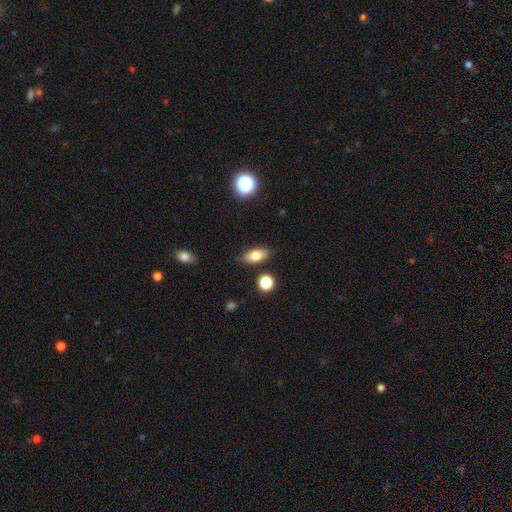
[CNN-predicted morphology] Smooth or featured? Predicted: smooth (p=0.79). How rounded? Predicted: in between (p=0.83). Merging? Predicted: none (p=0.85).